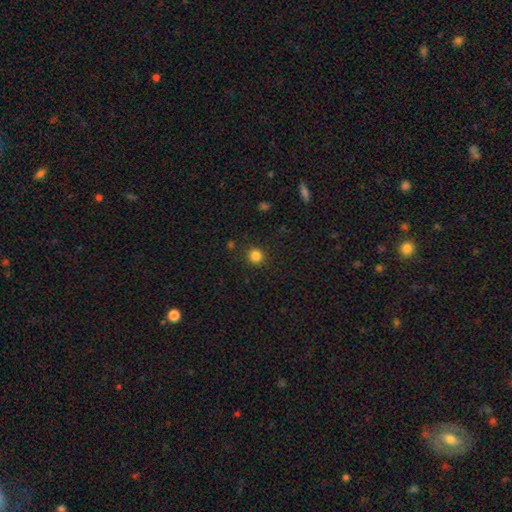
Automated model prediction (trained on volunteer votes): smooth-or-featured: smooth: 84% | star or artifact: 12% | featured or disk: 4%
  how-rounded: round: 90% | in between: 9% | cigar-shaped: 1%
  merging: none: 90% | minor disturbance: 6% | major disturbance: 2% | merger: 1%